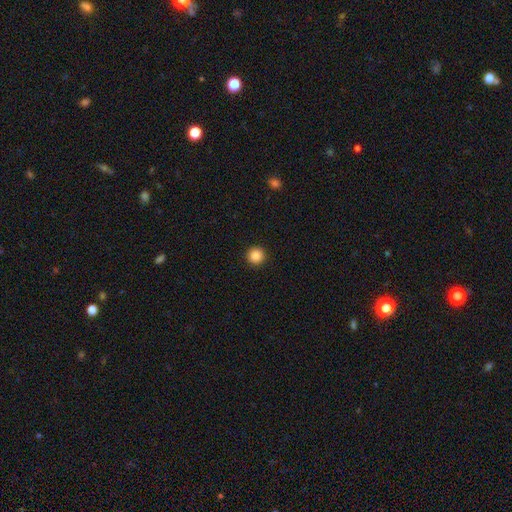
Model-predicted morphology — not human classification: type=smooth (87%); roundness=round (96%); merging=none (94%).